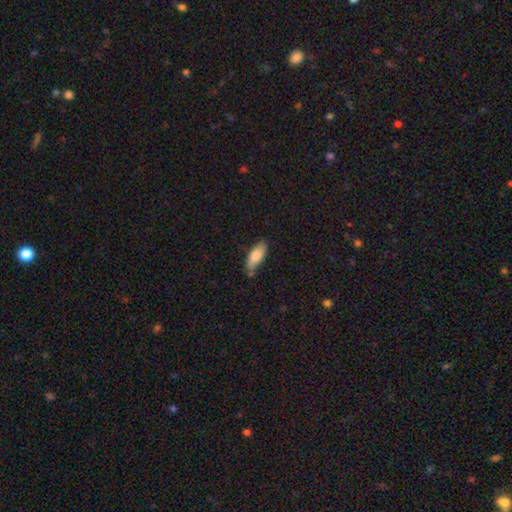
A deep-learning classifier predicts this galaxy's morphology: The model was most divided on "merging": none: 68%, minor disturbance: 22%, merger: 6%, major disturbance: 4%. More confident: smooth or featured — smooth (81%); how rounded — in between (76%).